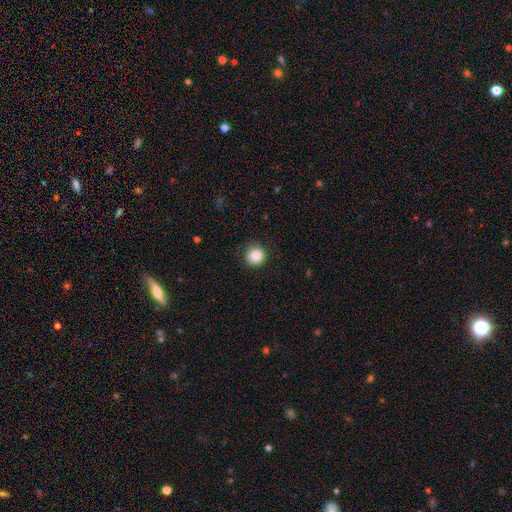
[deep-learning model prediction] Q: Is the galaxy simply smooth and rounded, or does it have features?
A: smooth — 87%.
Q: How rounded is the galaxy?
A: round — 93%.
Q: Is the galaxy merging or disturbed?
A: none — 87%.